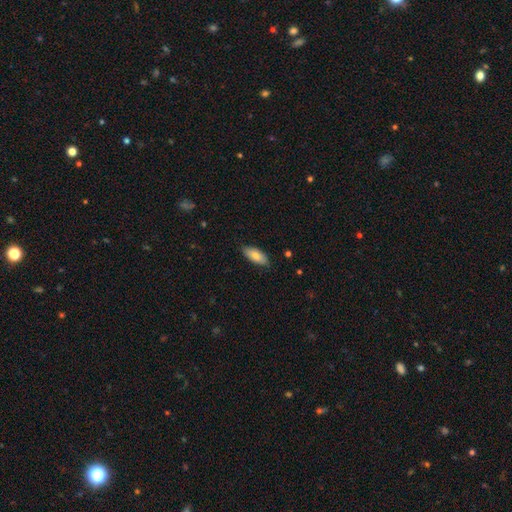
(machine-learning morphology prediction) A smooth galaxy with no disk features (78%) that is in between round and cigar-shaped (83%). Merging: none (81%).